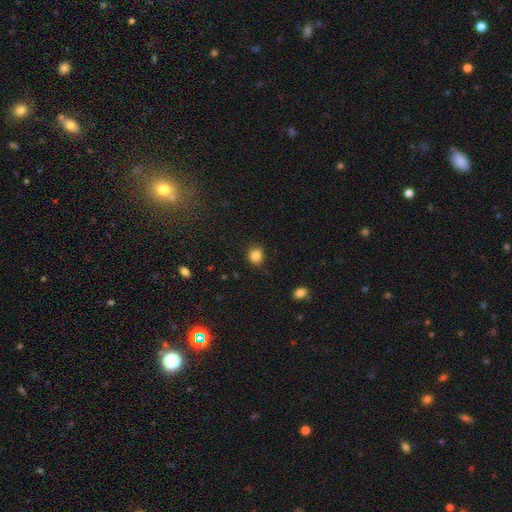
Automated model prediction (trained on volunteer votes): Overall: smooth (84%). How rounded: round (71%). Merging: none (86%).